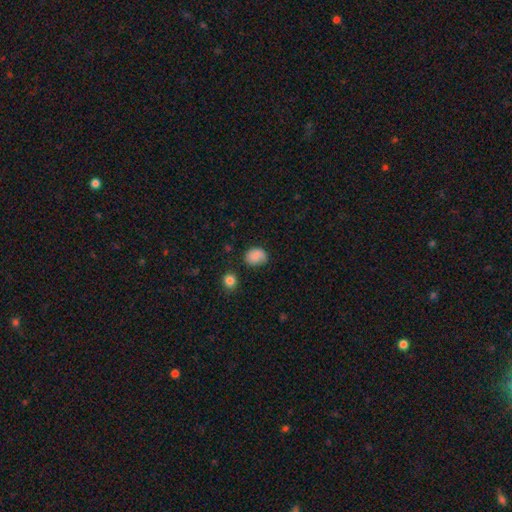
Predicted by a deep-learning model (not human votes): smooth_or_featured: smooth (p=0.84) [alt: star or artifact p=0.09]
how_rounded: in between (p=0.52) [alt: round p=0.47]
merging: none (p=0.71) [alt: minor disturbance p=0.22]